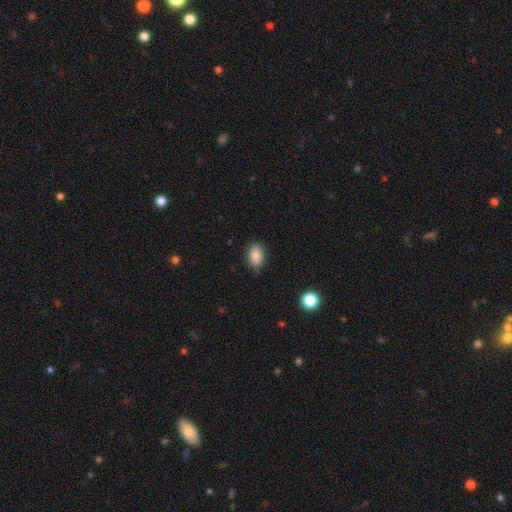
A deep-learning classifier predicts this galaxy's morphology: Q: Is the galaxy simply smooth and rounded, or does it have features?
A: smooth — 85%.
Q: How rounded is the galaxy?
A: in between — 86%.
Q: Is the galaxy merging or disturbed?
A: none — 79%.